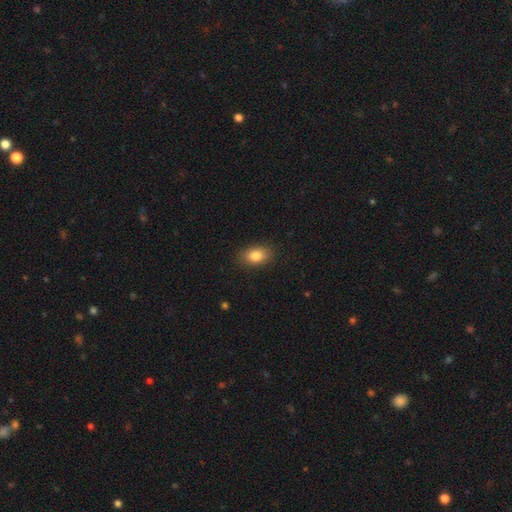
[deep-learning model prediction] Morphology: type=smooth (83%); roundness=in between (84%); merging=none (87%).